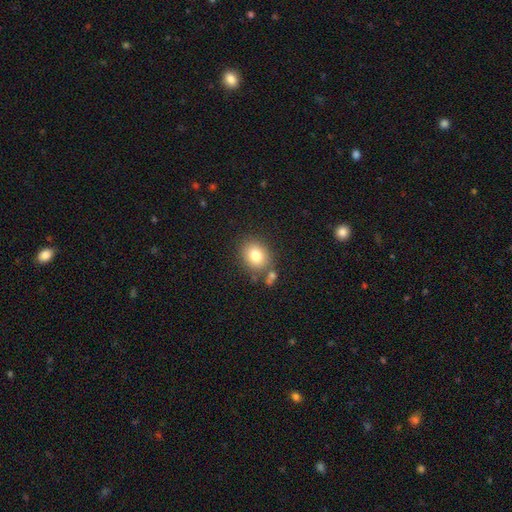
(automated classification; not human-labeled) A smooth galaxy with no disk features (80%) that is round (56%). Merging: none (73%).